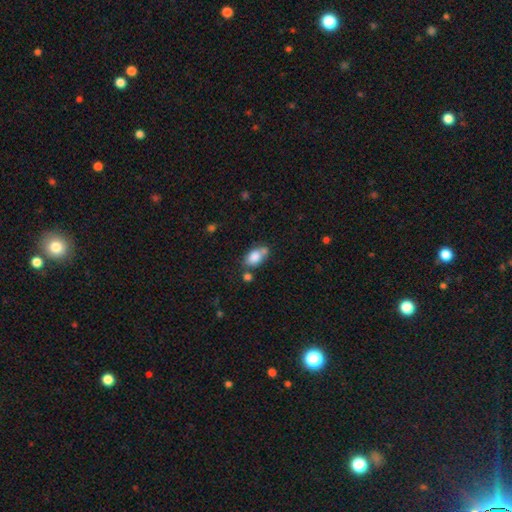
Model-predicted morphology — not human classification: smooth-or-featured: smooth: 82% | featured or disk: 11% | star or artifact: 8%
  how-rounded: in between: 87% | round: 10% | cigar-shaped: 3%
  merging: none: 54% | merger: 22% | minor disturbance: 19% | major disturbance: 5%